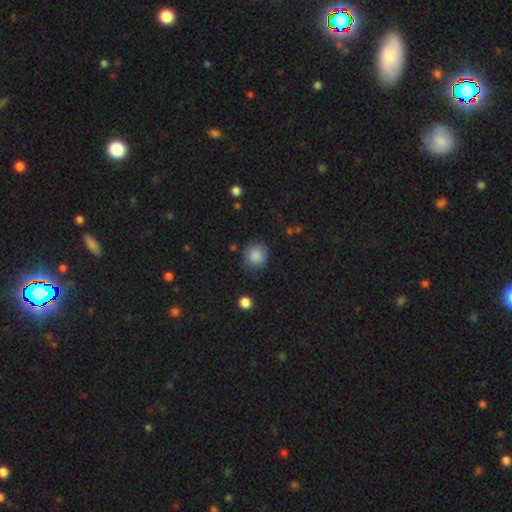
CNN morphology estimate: Smooth or featured: smooth — 86% (star or artifact — 9%)
How rounded: round — 87% (in between — 12%)
Merging: none — 76% (minor disturbance — 17%)